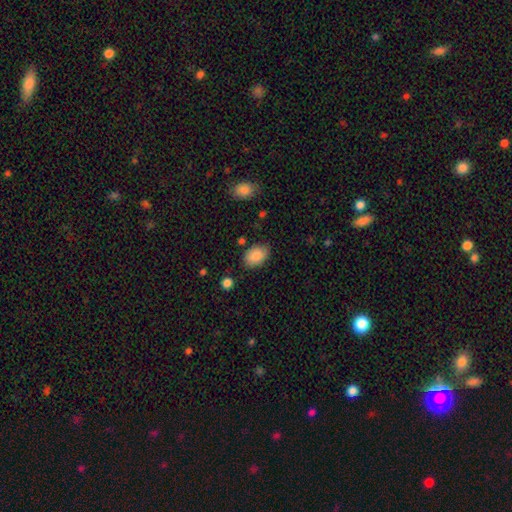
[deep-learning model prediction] A smooth galaxy with no disk features (88%) that is in between round and cigar-shaped (87%).

Vote fractions:
- Smooth or featured? smooth: 88% / star or artifact: 7% / featured or disk: 5%
- How rounded? in between: 87% / round: 12% / cigar-shaped: 1%
- Merging? none: 78% / minor disturbance: 16% / major disturbance: 4% / merger: 2%